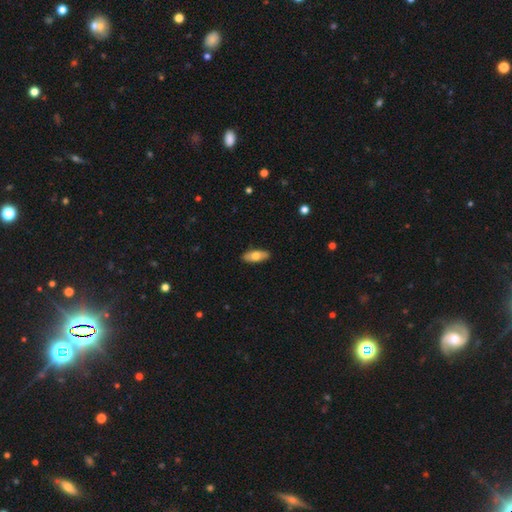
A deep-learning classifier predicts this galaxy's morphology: smooth_or_featured: smooth (p=0.67) [alt: featured or disk p=0.27]
how_rounded: in between (p=0.80) [alt: cigar-shaped p=0.17]
merging: none (p=0.89) [alt: minor disturbance p=0.08]